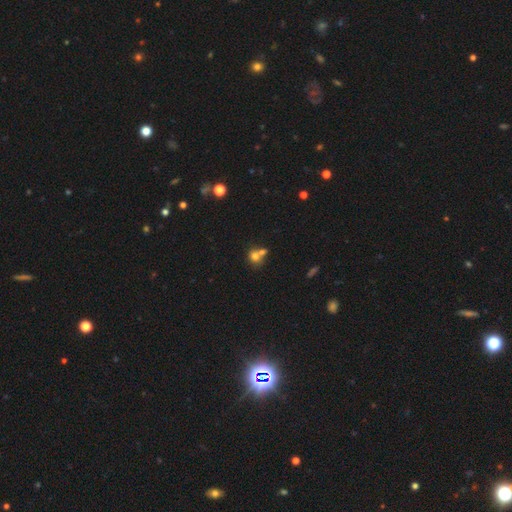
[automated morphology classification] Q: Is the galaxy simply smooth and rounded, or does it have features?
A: smooth — 72%.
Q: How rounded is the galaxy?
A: round — 77%.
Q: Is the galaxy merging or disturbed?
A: merger — 50%.